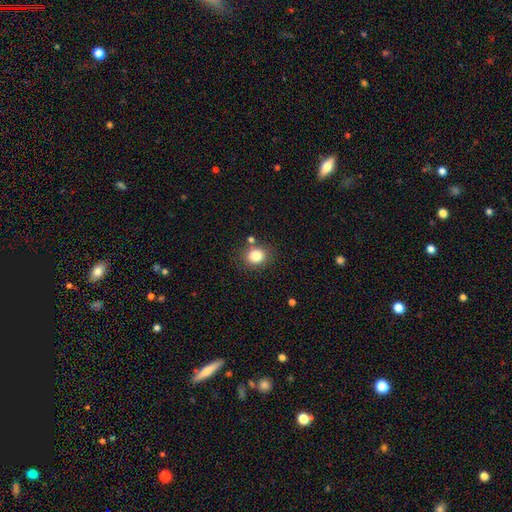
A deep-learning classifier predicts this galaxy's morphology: smooth 82%, star or artifact 11%, featured or disk 6%. Down the decision tree: how rounded — round (76%); merging — none (78%).